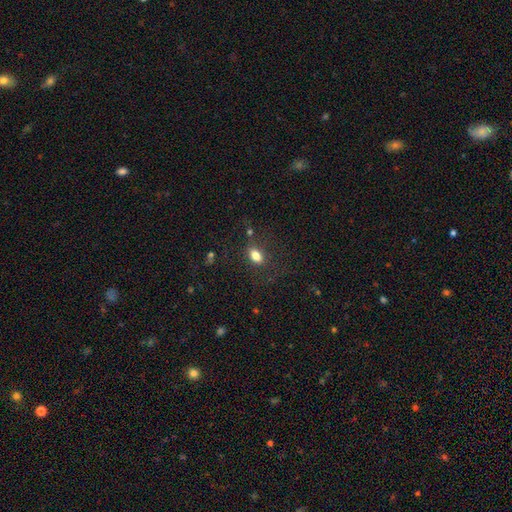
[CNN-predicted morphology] smooth_or_featured: smooth (p=0.80) [alt: star or artifact p=0.11]
how_rounded: in between (p=0.80) [alt: round p=0.18]
merging: none (p=0.75) [alt: minor disturbance p=0.14]